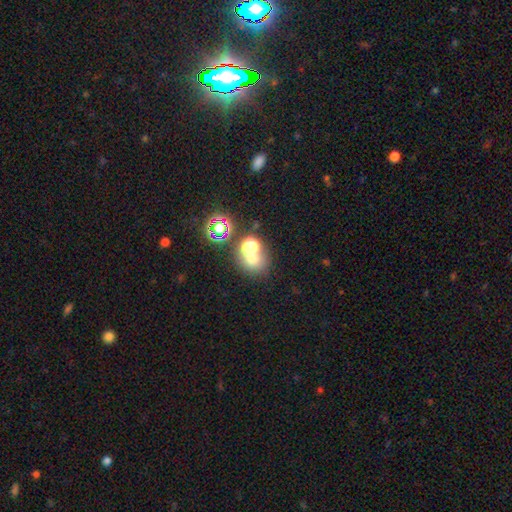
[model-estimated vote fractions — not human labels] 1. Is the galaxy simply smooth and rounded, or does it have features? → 59% smooth, 27% star or artifact, 14% featured or disk.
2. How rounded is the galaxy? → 71% round, 28% in between, 1% cigar-shaped.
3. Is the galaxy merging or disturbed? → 47% none, 40% merger, 8% minor disturbance, 5% major disturbance.